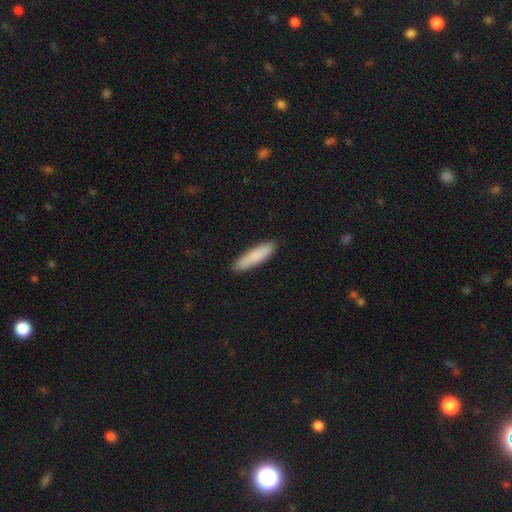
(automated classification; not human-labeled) This is clearly a smooth galaxy (85%). How rounded: likely cigar-shaped (80%). Merging: clearly none (89%).